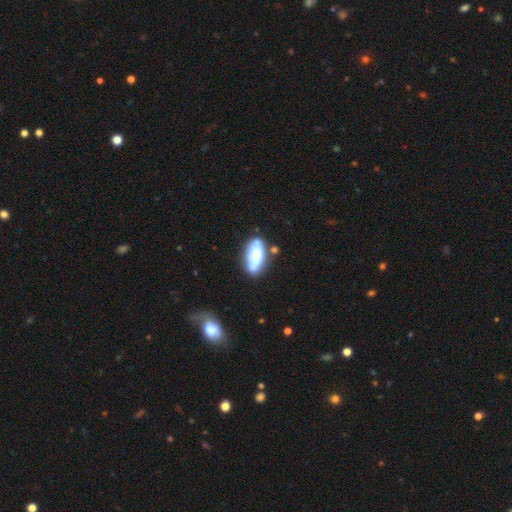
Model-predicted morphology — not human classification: Smooth or featured?
  - smooth: 58% *
  - featured or disk: 35%
  - star or artifact: 7%
How rounded?
  - in between: 86% *
  - cigar-shaped: 11%
  - round: 3%
Merging?
  - none: 62% *
  - minor disturbance: 21%
  - merger: 10%
  - major disturbance: 7%